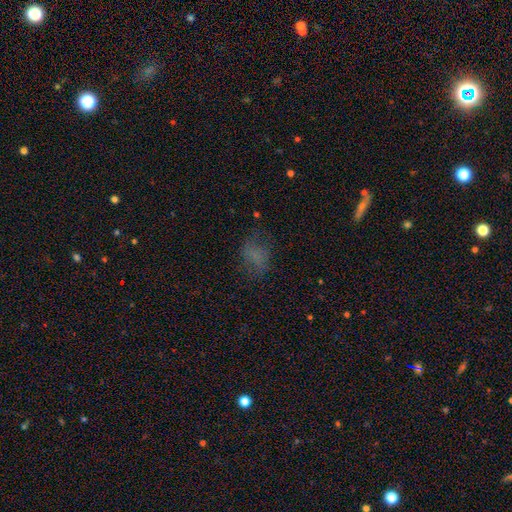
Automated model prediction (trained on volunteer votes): Smooth or featured? smooth (61%)
How rounded? in between (71%)
Merging? none (57%)